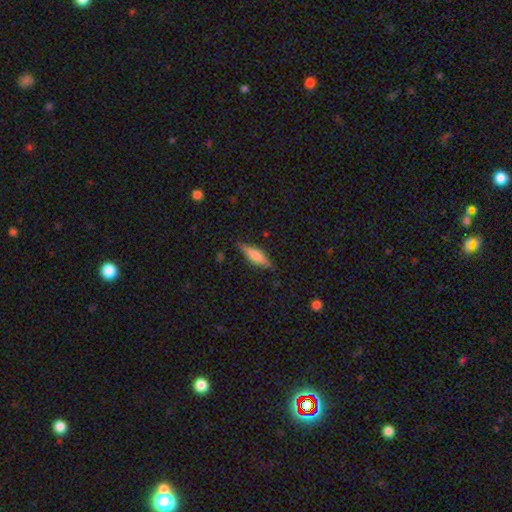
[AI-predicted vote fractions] The model was most divided on "smooth or featured": smooth: 55%, featured or disk: 38%, star or artifact: 7%. More confident: merging — none (83%); how rounded — cigar-shaped (62%).